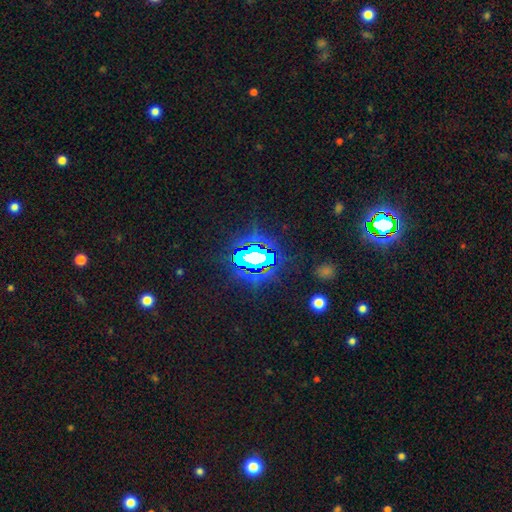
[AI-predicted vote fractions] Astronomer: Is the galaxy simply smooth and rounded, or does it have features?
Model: star or artifact — 71%.